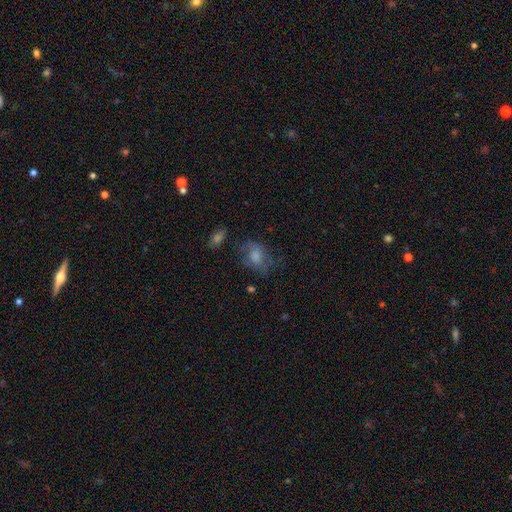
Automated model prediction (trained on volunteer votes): Morphology: type=smooth (55%); roundness=in between (63%); merging=none (47%).